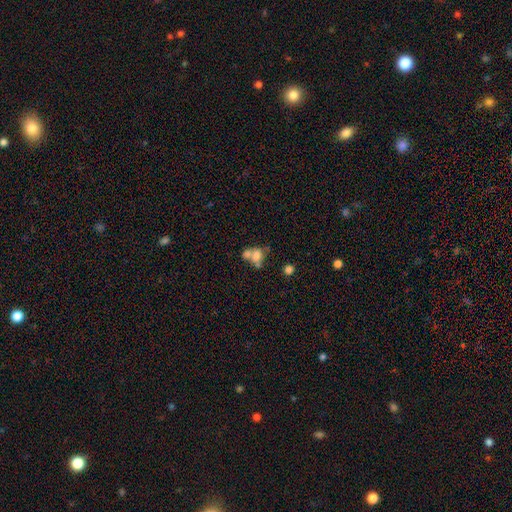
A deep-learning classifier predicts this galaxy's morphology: Q: Smooth or featured?
A: smooth (64%); runner-up: featured or disk (23%)
Q: How rounded?
A: in between (60%); runner-up: round (38%)
Q: Merging?
A: merger (57%); runner-up: none (24%)